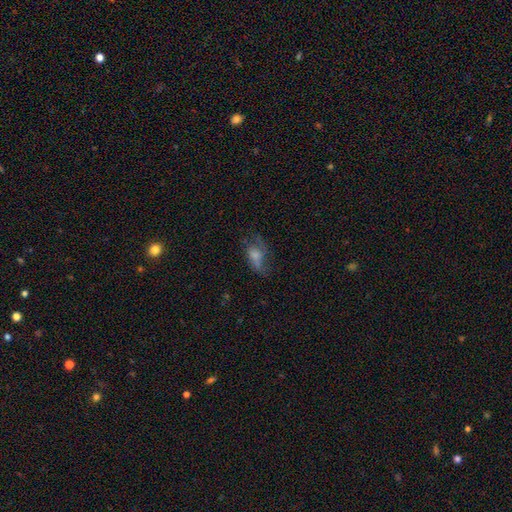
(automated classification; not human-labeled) Smooth or featured?
  - smooth: 53% *
  - featured or disk: 34%
  - star or artifact: 13%
How rounded?
  - in between: 84% *
  - round: 11%
  - cigar-shaped: 5%
Merging?
  - none: 36% *
  - major disturbance: 35%
  - minor disturbance: 25%
  - merger: 4%